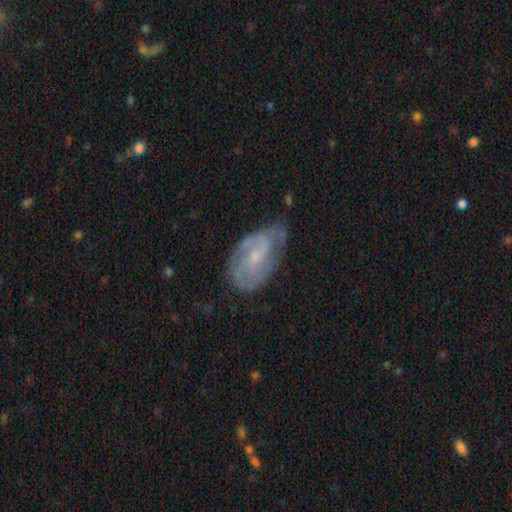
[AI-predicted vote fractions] This appears to be a featured or disk galaxy (67%) with no bar (56%), 2 (40%) tight (46%) spiral arms (82%) and a small central bulge (66%). Merging: none (52%).